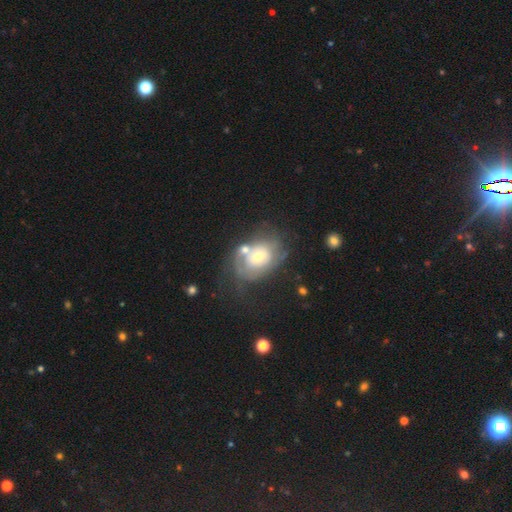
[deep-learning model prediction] Smooth or featured? featured or disk (67%)
Edge-on disk? no (96%)
Bar? no (65%)
Spiral arms? yes (68%)
Bulge size? moderate (54%)
Merging? none (43%)